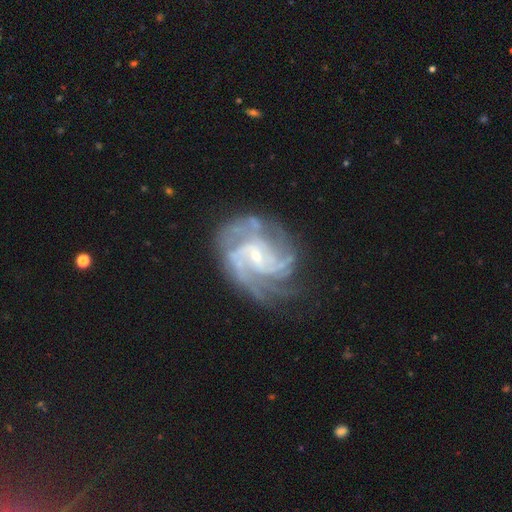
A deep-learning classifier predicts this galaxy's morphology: This is clearly a featured or disk galaxy (90%). It is clearly not viewed edge-on (98%). Bar: possibly weak (46%). Spiral arm pattern: clearly yes (97%). Spiral arm count: marginally 3 (27%). Spiral winding: possibly medium (47%). Central bulge: likely small (74%). Merging: likely none (65%).